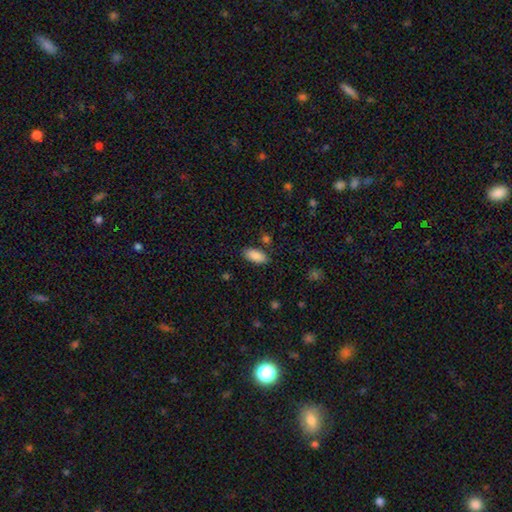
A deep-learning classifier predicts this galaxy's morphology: A smooth galaxy with no disk features (88%) that is in between round and cigar-shaped (89%).

Vote fractions:
- Smooth or featured? smooth: 88% / star or artifact: 7% / featured or disk: 5%
- How rounded? in between: 89% / cigar-shaped: 8% / round: 2%
- Merging? none: 83% / minor disturbance: 11% / merger: 3% / major disturbance: 3%